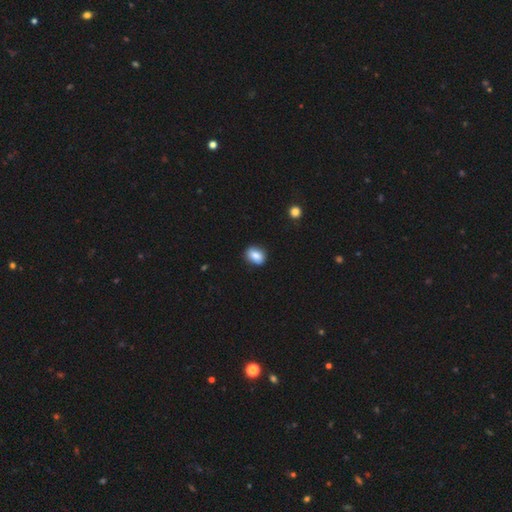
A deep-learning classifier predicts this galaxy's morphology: Overall: smooth (85%). How rounded: in between (69%; round 29%). Merging: none (85%).